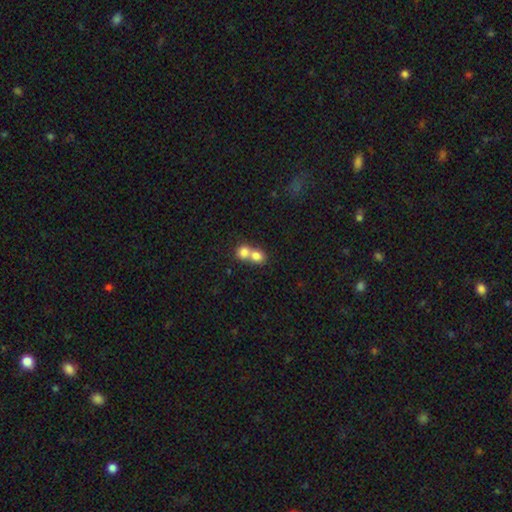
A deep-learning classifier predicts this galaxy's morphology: Overall: smooth (78%). How rounded: round (69%; in between 30%). Merging: merger (69%).